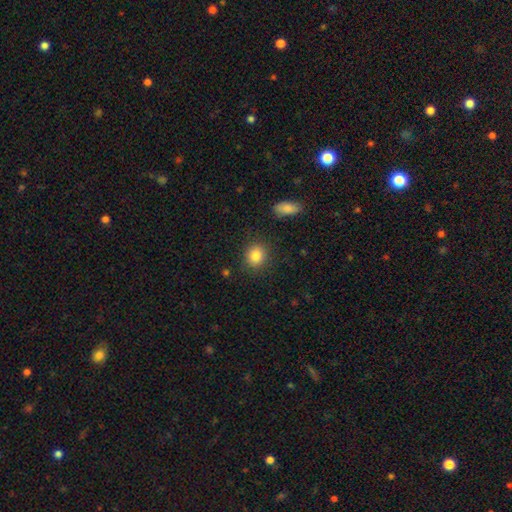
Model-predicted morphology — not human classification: type=smooth (85%); roundness=round (77%); merging=none (87%).